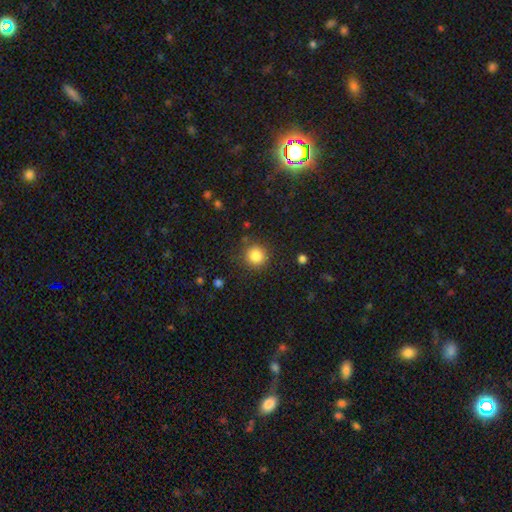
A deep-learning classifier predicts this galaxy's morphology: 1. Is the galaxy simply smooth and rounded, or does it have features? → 84% smooth, 11% star or artifact, 5% featured or disk.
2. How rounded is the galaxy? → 92% round, 7% in between, 1% cigar-shaped.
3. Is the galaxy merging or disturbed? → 87% none, 8% minor disturbance, 3% major disturbance, 2% merger.